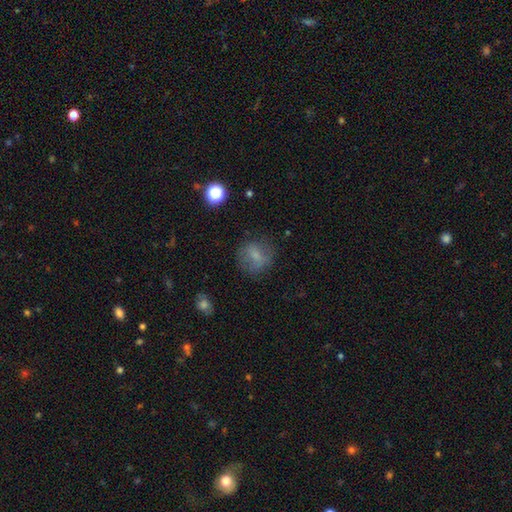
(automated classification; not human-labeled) The model was most divided on "how rounded": round: 68%, in between: 30%, cigar-shaped: 2%. More confident: merging — none (71%); smooth or featured — smooth (67%).